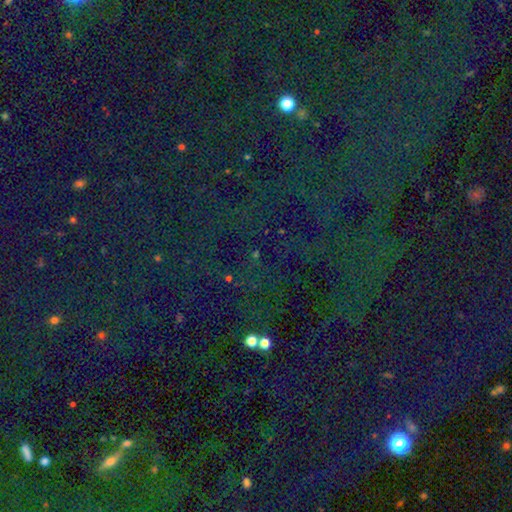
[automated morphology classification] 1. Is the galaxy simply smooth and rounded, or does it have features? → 83% star or artifact, 10% smooth, 7% featured or disk.